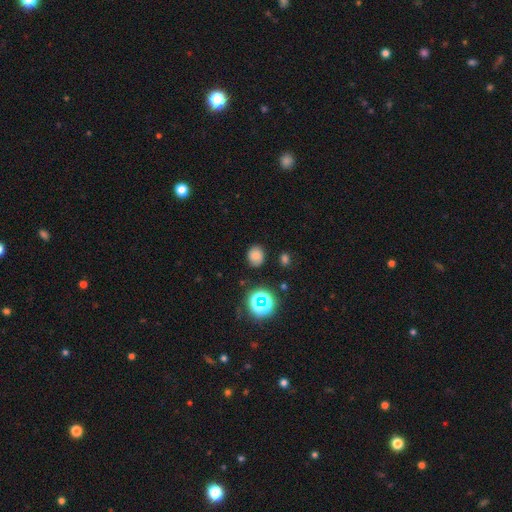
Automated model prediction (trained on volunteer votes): smooth 74%, star or artifact 19%, featured or disk 7%. Down the decision tree: how rounded — round (67%); merging — none (83%).